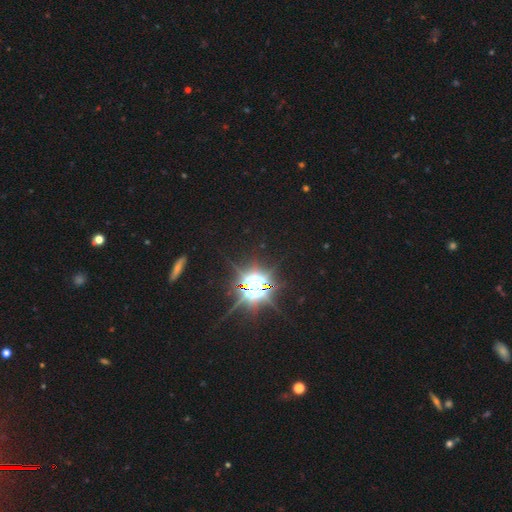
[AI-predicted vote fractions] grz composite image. It shows a star or artifact, not a galaxy (83%).